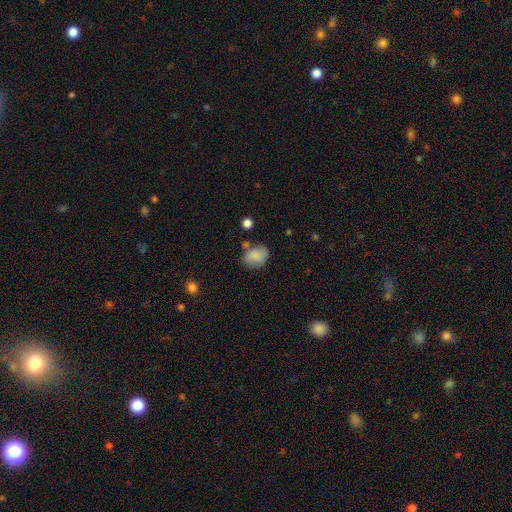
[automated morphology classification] A smooth galaxy with no disk features (82%) that is in between round and cigar-shaped (64%). Merging: none (63%).